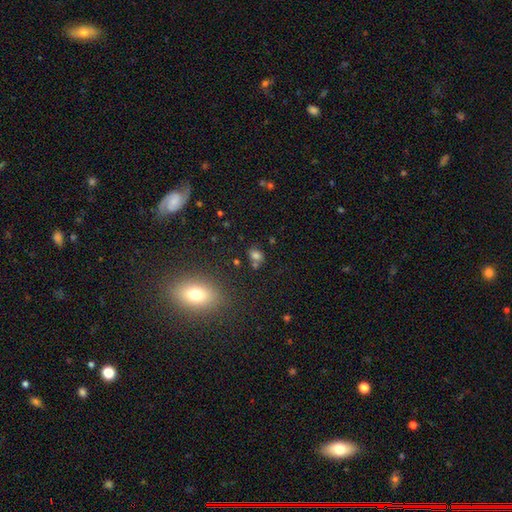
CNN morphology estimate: Smooth or featured: smooth — 73% (star or artifact — 19%)
How rounded: in between — 55% (round — 43%)
Merging: none — 63% (merger — 18%)